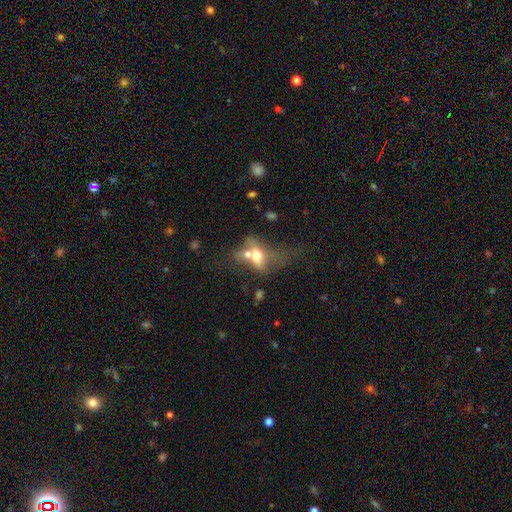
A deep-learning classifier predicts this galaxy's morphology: Smooth or featured? Predicted: smooth (p=0.55). How rounded? Predicted: in between (p=0.69). Merging? Predicted: merger (p=0.56).